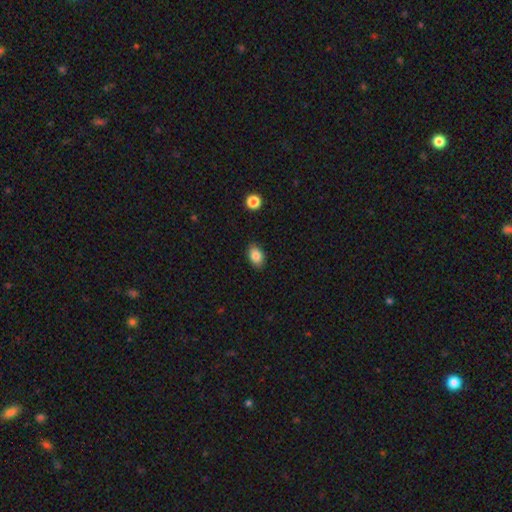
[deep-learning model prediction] smooth 84%, star or artifact 9%, featured or disk 7%. Down the decision tree: how rounded — in between (84%); merging — none (86%).